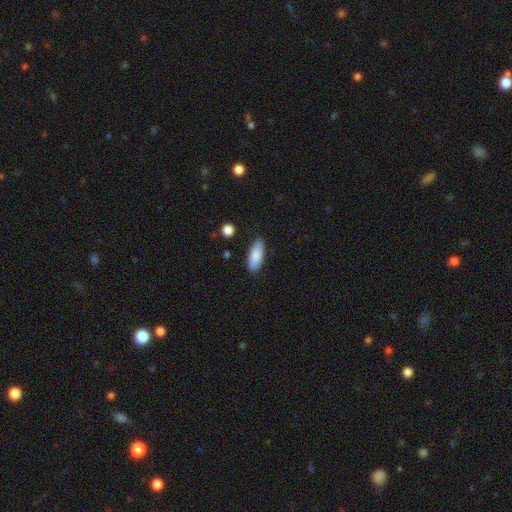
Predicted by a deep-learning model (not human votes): smooth 86%, featured or disk 8%, star or artifact 6%. Down the decision tree: how rounded — in between (77%); merging — none (85%).